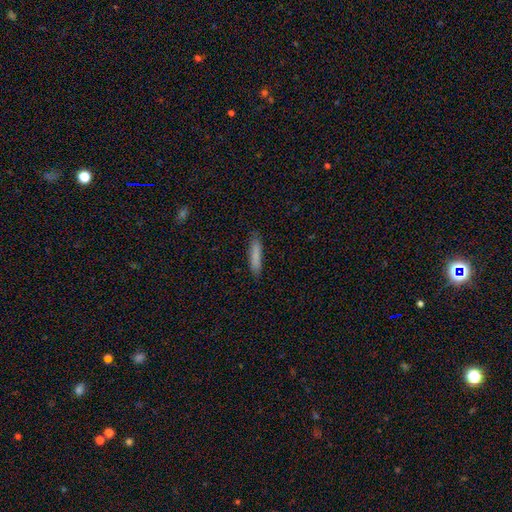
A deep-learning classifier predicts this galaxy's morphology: The model was most divided on "how rounded": cigar-shaped: 86%, in between: 13%, round: 1%. More confident: merging — none (85%); smooth or featured — smooth (84%).